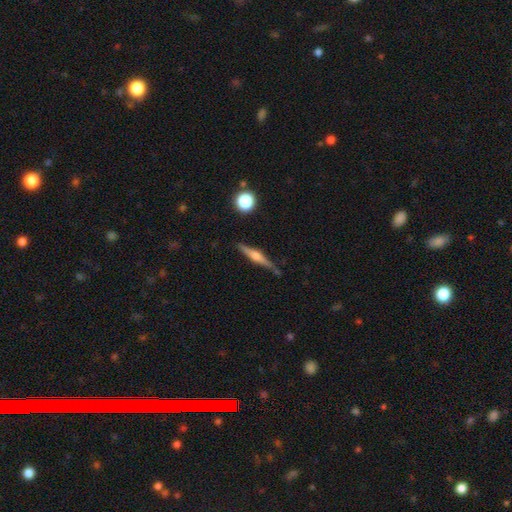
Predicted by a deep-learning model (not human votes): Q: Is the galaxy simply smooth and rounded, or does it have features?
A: featured or disk — 66%.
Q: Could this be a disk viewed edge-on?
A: yes — 97%.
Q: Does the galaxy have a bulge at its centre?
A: rounded — 86%.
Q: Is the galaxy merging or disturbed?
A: none — 81%.